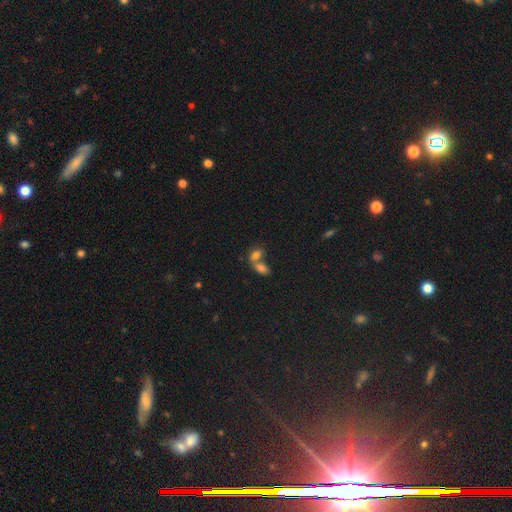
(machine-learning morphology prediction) Q: Smooth or featured?
A: smooth (77%); runner-up: star or artifact (12%)
Q: How rounded?
A: in between (87%); runner-up: round (10%)
Q: Merging?
A: merger (63%); runner-up: none (27%)